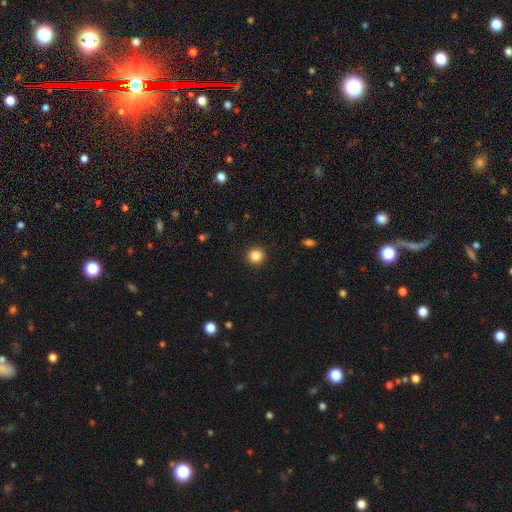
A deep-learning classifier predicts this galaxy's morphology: A smooth galaxy with no disk features (85%) that is round (94%).

Vote fractions:
- Smooth or featured? smooth: 85% / star or artifact: 11% / featured or disk: 4%
- How rounded? round: 94% / in between: 5% / cigar-shaped: 1%
- Merging? none: 93% / minor disturbance: 5% / major disturbance: 2% / merger: 1%